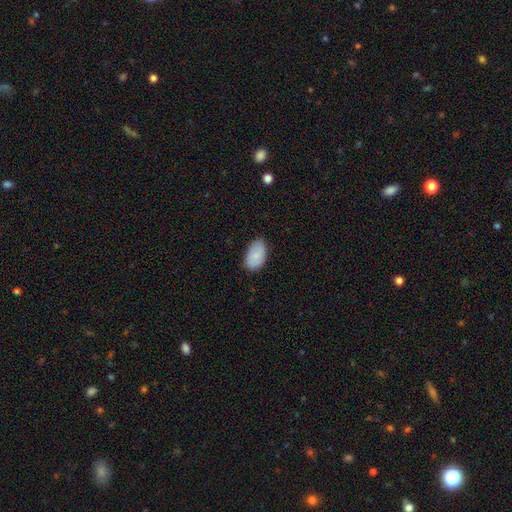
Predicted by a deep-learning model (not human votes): smooth_or_featured: smooth (p=0.84) [alt: featured or disk p=0.09]
how_rounded: in between (p=0.93) [alt: round p=0.05]
merging: none (p=0.78) [alt: minor disturbance p=0.19]